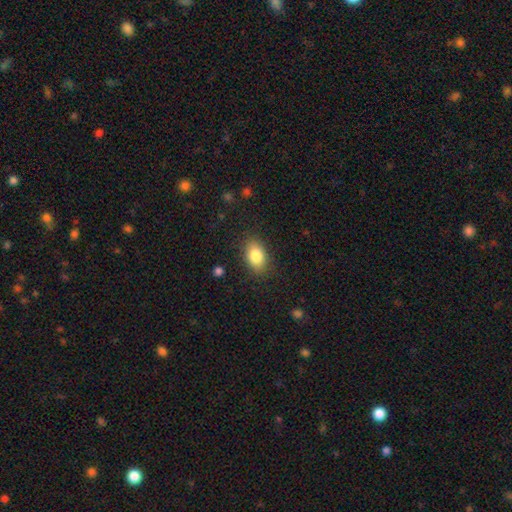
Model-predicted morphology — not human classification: smooth 84%, featured or disk 9%, star or artifact 8%. Down the decision tree: how rounded — in between (87%); merging — none (84%).